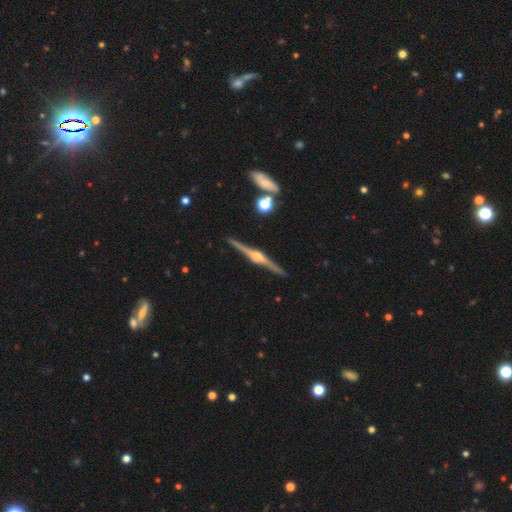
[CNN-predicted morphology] A featured or disk galaxy (88%) viewed edge-on (98%) with a rounded central bulge (90%). Merging: none (91%).